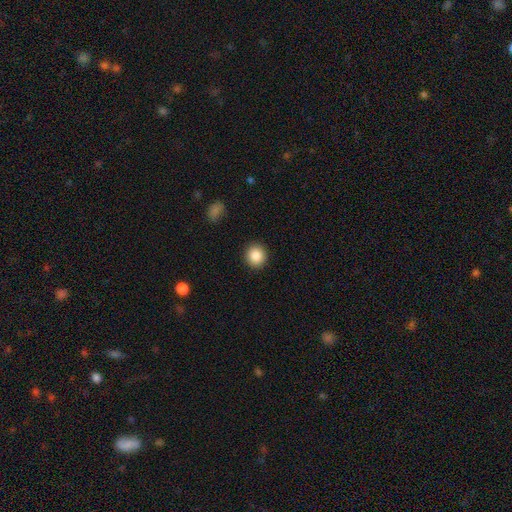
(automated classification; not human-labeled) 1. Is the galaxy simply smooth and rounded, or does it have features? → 87% smooth, 9% star or artifact, 4% featured or disk.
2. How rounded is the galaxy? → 86% round, 13% in between, 1% cigar-shaped.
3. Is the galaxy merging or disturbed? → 91% none, 6% minor disturbance, 2% major disturbance, 1% merger.